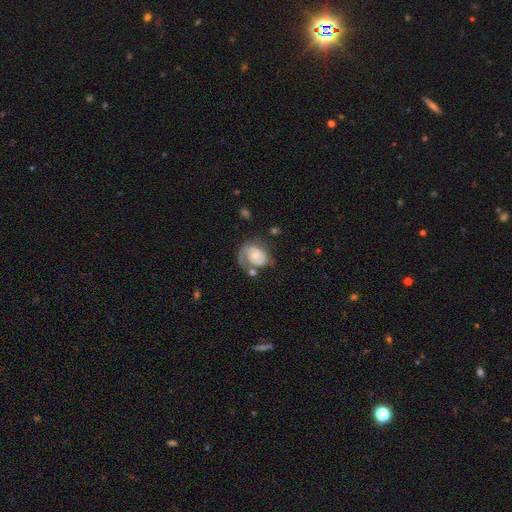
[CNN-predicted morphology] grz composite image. It shows a featured or disk galaxy (66%) with no bar (75%), 1 (57%) tight (49%) spiral arms (80%) and a small central bulge (52%). Merging: none (41%).